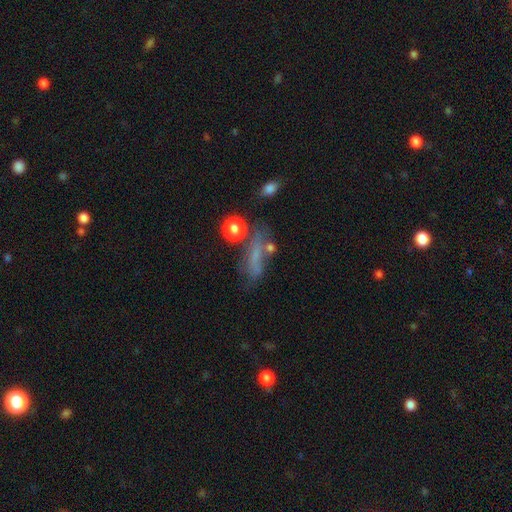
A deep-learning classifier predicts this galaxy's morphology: Smooth or featured?
  - smooth: 48% *
  - featured or disk: 30%
  - star or artifact: 22%
Merging?
  - none: 48% *
  - minor disturbance: 22%
  - major disturbance: 19%
  - merger: 12%